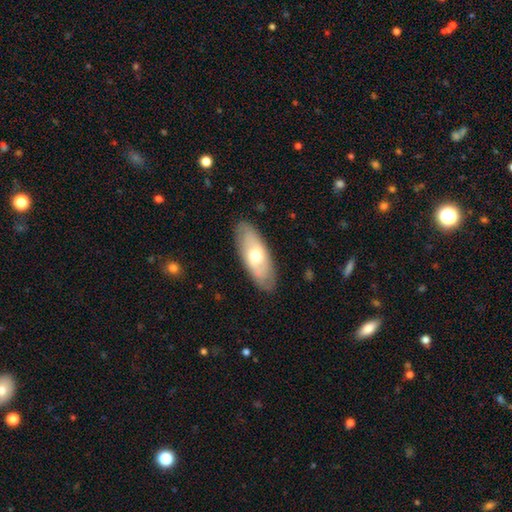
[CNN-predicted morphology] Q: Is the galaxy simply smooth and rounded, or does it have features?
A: smooth — 56%.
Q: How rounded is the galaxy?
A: in between — 79%.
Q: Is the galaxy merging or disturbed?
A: none — 85%.